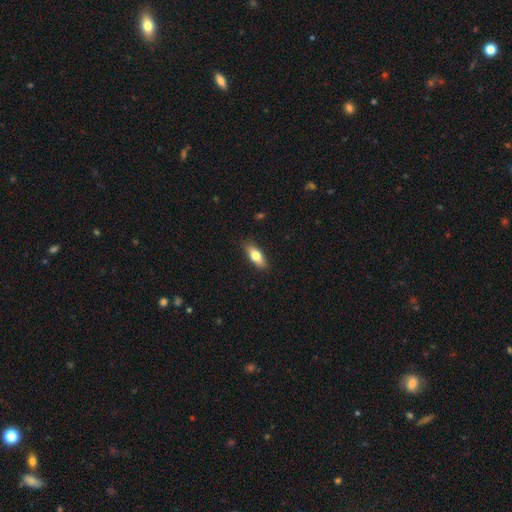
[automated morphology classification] smooth_or_featured: smooth (p=0.70) [alt: featured or disk p=0.23]
how_rounded: in between (p=0.70) [alt: cigar-shaped p=0.27]
merging: none (p=0.87) [alt: minor disturbance p=0.10]